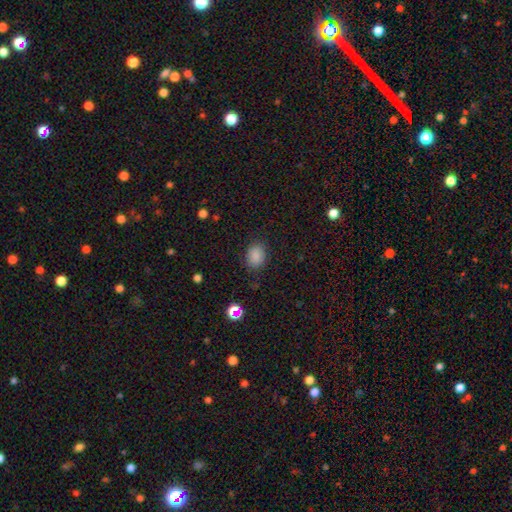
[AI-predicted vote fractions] This appears to be a smooth galaxy with no disk features (85%) that is in between round and cigar-shaped (61%). Merging: none (82%).